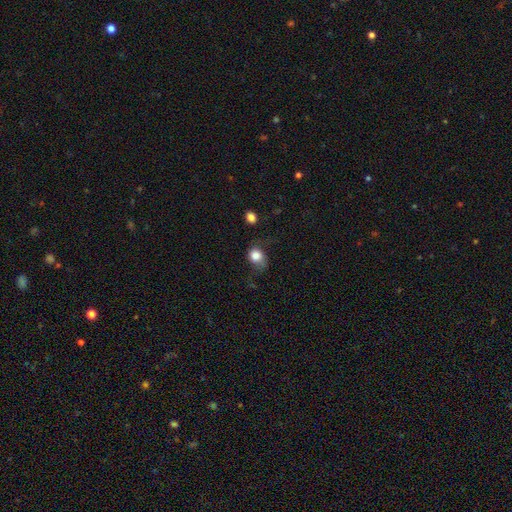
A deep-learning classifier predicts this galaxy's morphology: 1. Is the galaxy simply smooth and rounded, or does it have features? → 80% smooth, 11% featured or disk, 9% star or artifact.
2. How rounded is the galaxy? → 64% round, 35% in between, 1% cigar-shaped.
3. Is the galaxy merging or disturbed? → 48% none, 30% minor disturbance, 19% major disturbance, 2% merger.